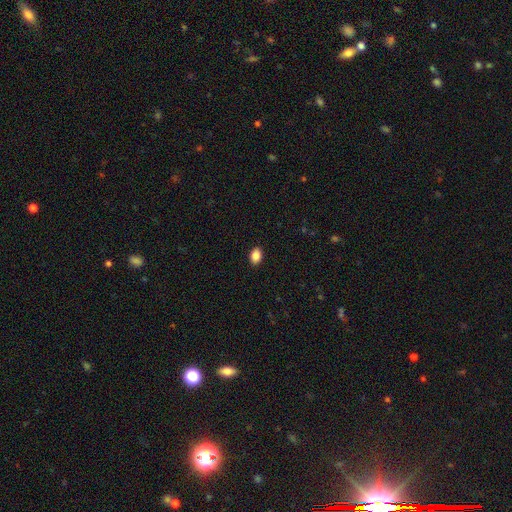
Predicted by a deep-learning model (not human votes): Smooth or featured? smooth (88%)
How rounded? in between (83%)
Merging? none (90%)